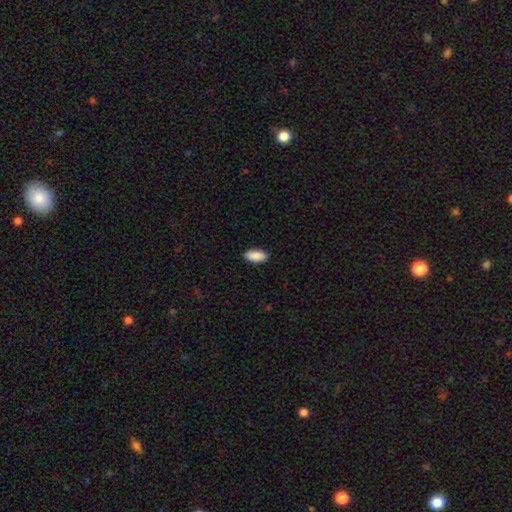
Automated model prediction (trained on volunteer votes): Overall: smooth (91%). How rounded: in between (90%). Merging: none (91%).